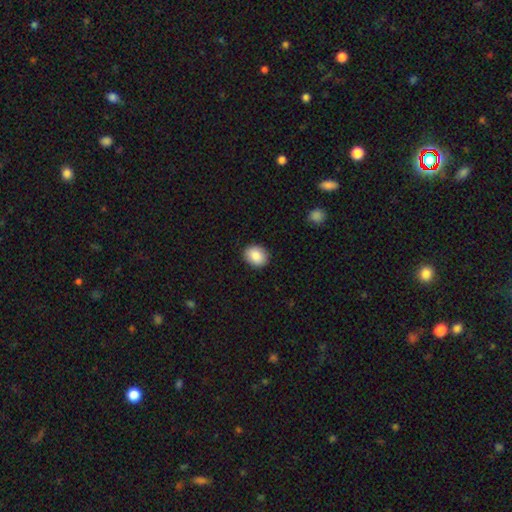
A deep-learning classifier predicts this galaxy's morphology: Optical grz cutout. It shows a smooth galaxy with no disk features (88%) that is round (56%). Merging: none (90%).